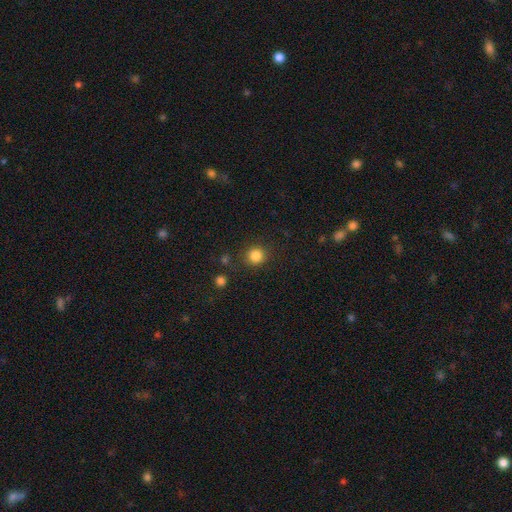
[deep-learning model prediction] Morphology: type=smooth (84%); roundness=round (91%); merging=none (85%).